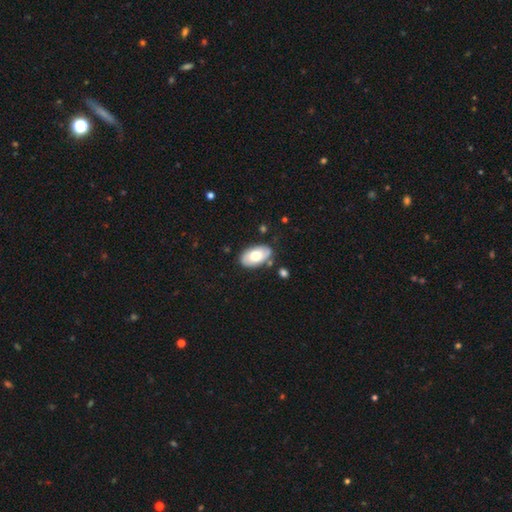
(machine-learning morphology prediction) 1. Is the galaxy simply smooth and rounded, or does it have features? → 67% smooth, 27% featured or disk, 6% star or artifact.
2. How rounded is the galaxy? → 94% in between, 4% round, 2% cigar-shaped.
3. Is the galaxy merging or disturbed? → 78% none, 14% minor disturbance, 5% merger, 3% major disturbance.